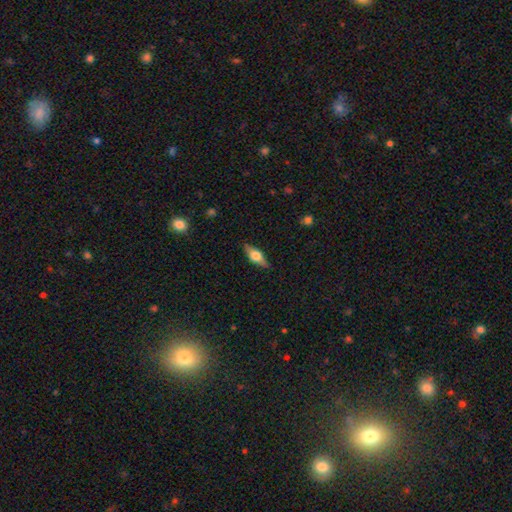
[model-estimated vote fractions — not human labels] Smooth or featured? featured or disk (54%)
Edge-on disk? yes (93%)
Merging? none (85%)